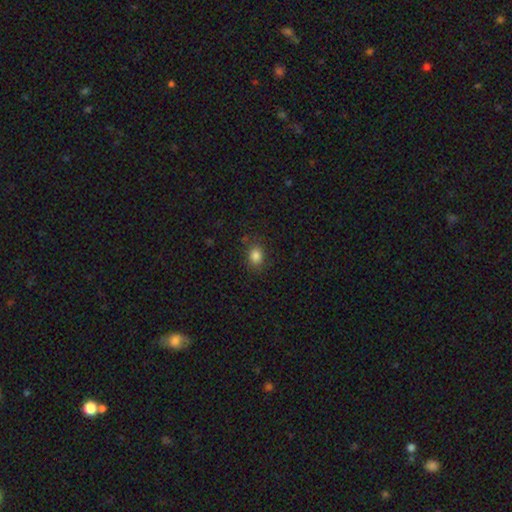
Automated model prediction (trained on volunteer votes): The model was most divided on "how rounded": in between: 56%, round: 43%, cigar-shaped: 1%. More confident: smooth or featured — smooth (83%); merging — none (83%).